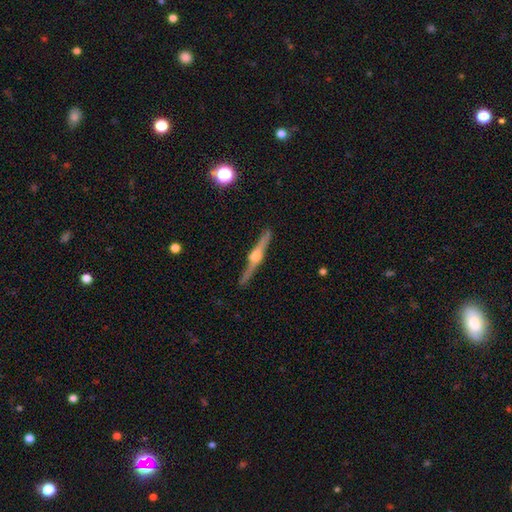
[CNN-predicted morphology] Smooth or featured: featured or disk — 86% (smooth — 9%)
Edge-on disk: yes — 98% (no — 2%)
Edge-on bulge: rounded — 93% (boxy — 5%)
Merging: none — 90% (minor disturbance — 7%)